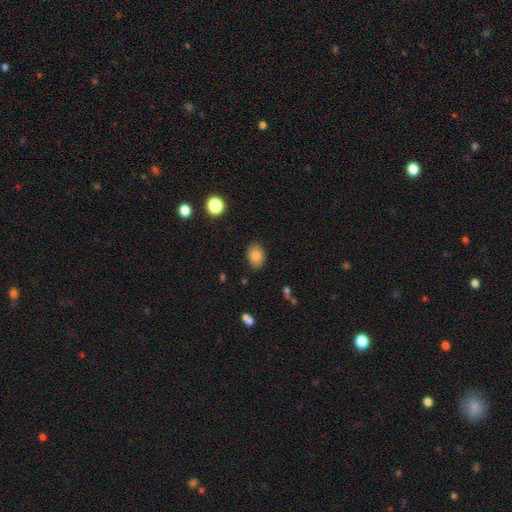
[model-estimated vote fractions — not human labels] A smooth galaxy with no disk features (84%) that is in between round and cigar-shaped (78%). Merging: none (85%).